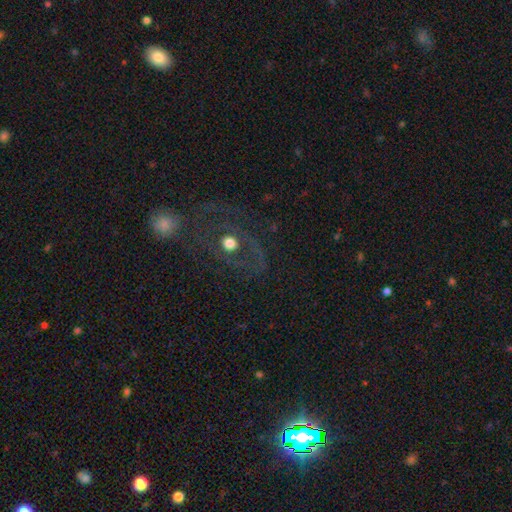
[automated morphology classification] The model was most divided on "smooth or featured": featured or disk: 41%, star or artifact: 35%, smooth: 23%. More confident: merging — none (51%).